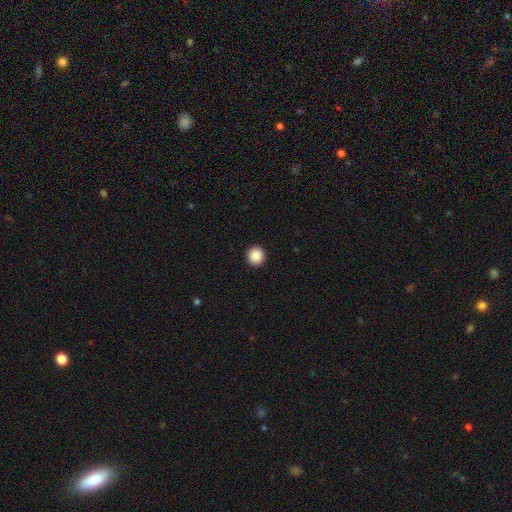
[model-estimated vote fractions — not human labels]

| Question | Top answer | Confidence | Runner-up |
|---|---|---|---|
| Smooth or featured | smooth | 89% | star or artifact (9%) |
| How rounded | round | 95% | in between (4%) |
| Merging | none | 94% | minor disturbance (4%) |